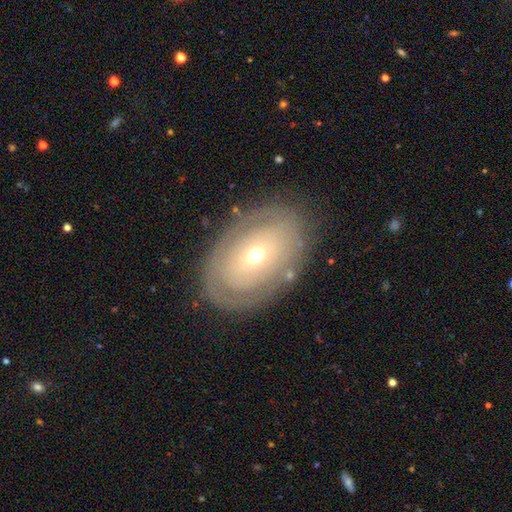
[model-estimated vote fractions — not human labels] Smooth or featured? featured or disk (62%)
Edge-on disk? no (92%)
Bar? no (75%)
Spiral arms? no (53%)
Bulge size? small (50%)
Merging? none (80%)